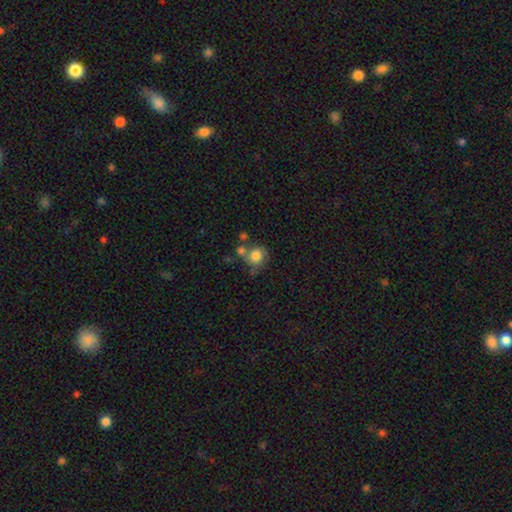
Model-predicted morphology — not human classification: This appears to be a smooth galaxy with no disk features (79%) that is round (75%). Merging: none (48%).